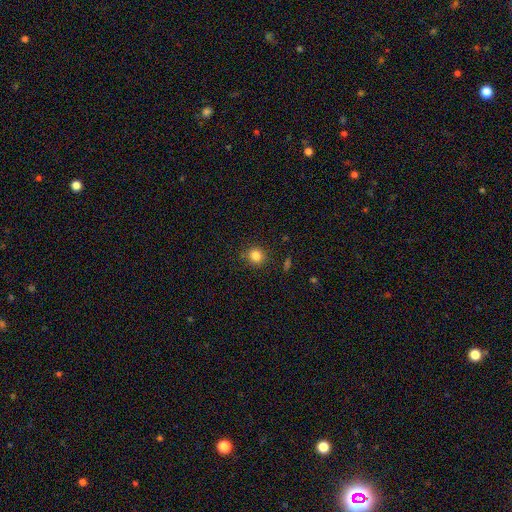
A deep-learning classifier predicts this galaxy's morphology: The model was most divided on "smooth or featured": smooth: 83%, star or artifact: 12%, featured or disk: 5%. More confident: how rounded — round (89%); merging — none (87%).